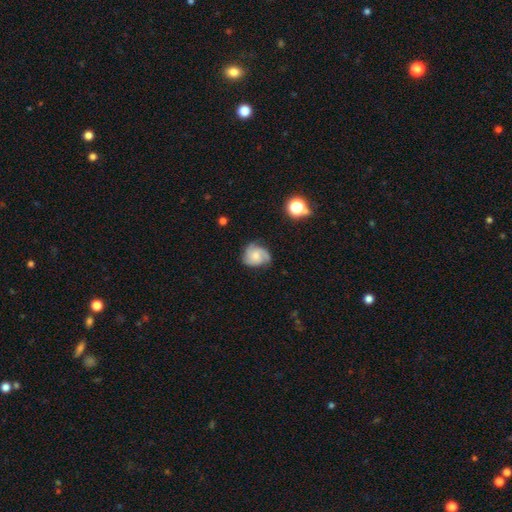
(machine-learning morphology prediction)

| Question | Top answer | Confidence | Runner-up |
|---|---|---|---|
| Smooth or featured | featured or disk | 66% | smooth (26%) |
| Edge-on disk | no | 98% | yes (2%) |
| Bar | no | 75% | weak (22%) |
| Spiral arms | yes | 94% | no (6%) |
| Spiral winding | medium | 43% | tight (42%) |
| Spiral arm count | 3 | 57% | 2 (19%) |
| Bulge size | small | 46% | moderate (45%) |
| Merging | none | 63% | minor disturbance (26%) |